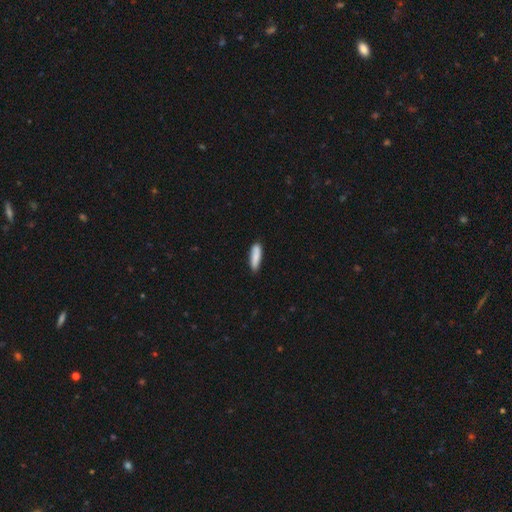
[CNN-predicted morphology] smooth-or-featured: smooth: 85% | featured or disk: 9% | star or artifact: 6%
  how-rounded: cigar-shaped: 69% | in between: 29% | round: 2%
  merging: none: 81% | minor disturbance: 15% | major disturbance: 2% | merger: 2%